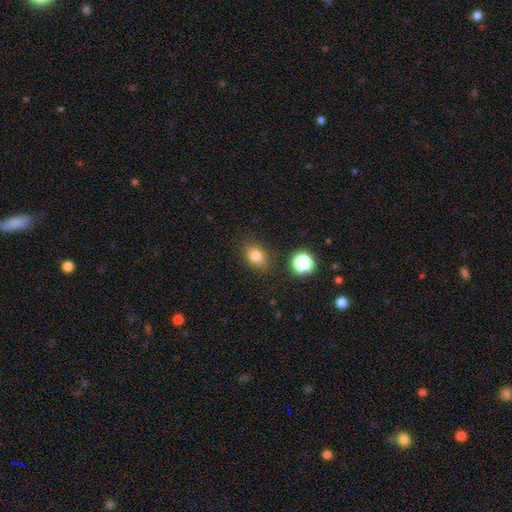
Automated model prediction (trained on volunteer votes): Smooth or featured?
  - smooth: 79% *
  - star or artifact: 13%
  - featured or disk: 8%
How rounded?
  - in between: 70% *
  - round: 29%
  - cigar-shaped: 1%
Merging?
  - none: 83% *
  - minor disturbance: 11%
  - major disturbance: 3%
  - merger: 3%